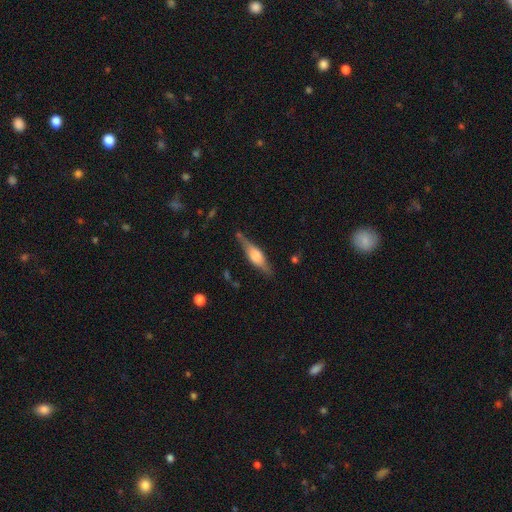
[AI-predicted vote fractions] smooth-or-featured: featured or disk: 62% | smooth: 32% | star or artifact: 6%
  disk-edge-on: yes: 94% | no: 6%
    edge-on-bulge: rounded: 81% | boxy: 17% | none: 3%
  merging: none: 78% | minor disturbance: 16% | major disturbance: 4% | merger: 3%